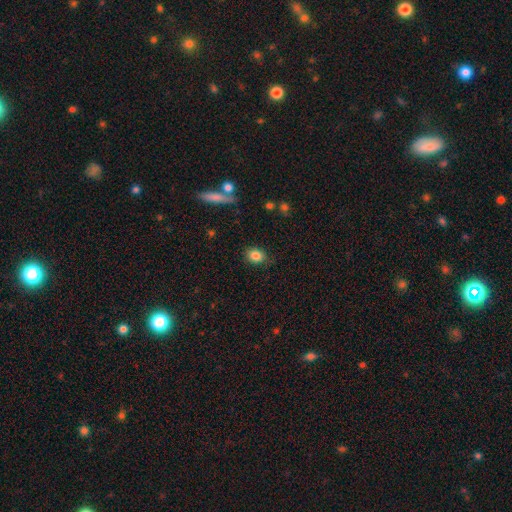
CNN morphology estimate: This is clearly a smooth galaxy (84%). How rounded: possibly in between (54%). Merging: clearly none (82%).